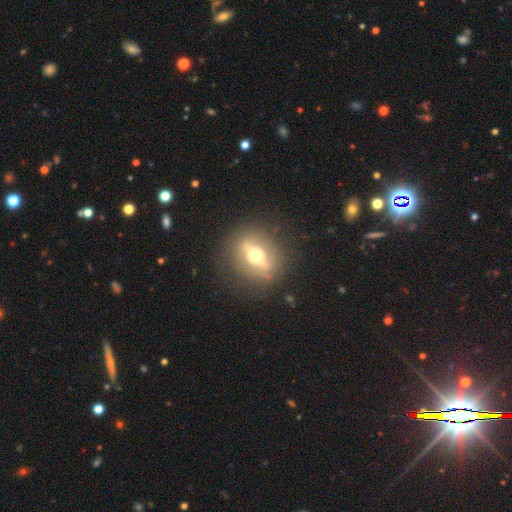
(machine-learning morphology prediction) Smooth or featured?
  - featured or disk: 65% *
  - smooth: 26%
  - star or artifact: 9%
Edge-on disk?
  - no: 52% *
  - yes: 48%
Merging?
  - none: 82% *
  - minor disturbance: 11%
  - major disturbance: 6%
  - merger: 1%